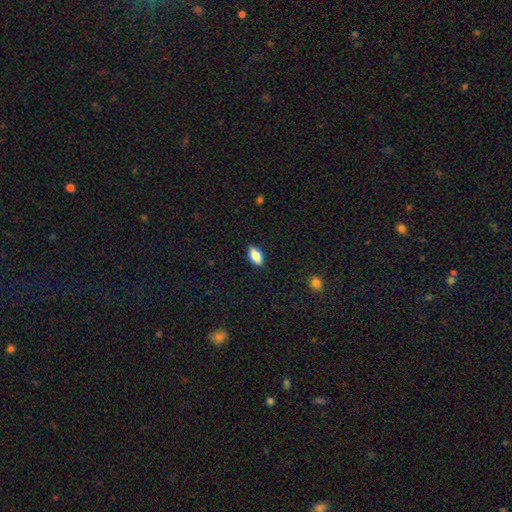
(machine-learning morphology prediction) Smooth or featured?
  - smooth: 79% *
  - featured or disk: 13%
  - star or artifact: 7%
How rounded?
  - in between: 87% *
  - cigar-shaped: 10%
  - round: 3%
Merging?
  - none: 86% *
  - minor disturbance: 10%
  - major disturbance: 2%
  - merger: 1%